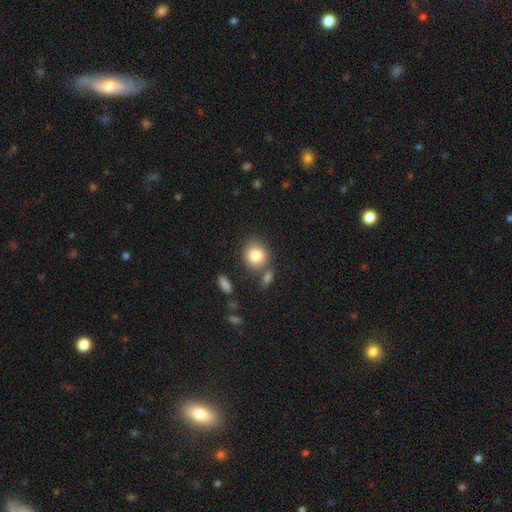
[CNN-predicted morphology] Smooth or featured? smooth (81%)
How rounded? round (73%)
Merging? none (68%)